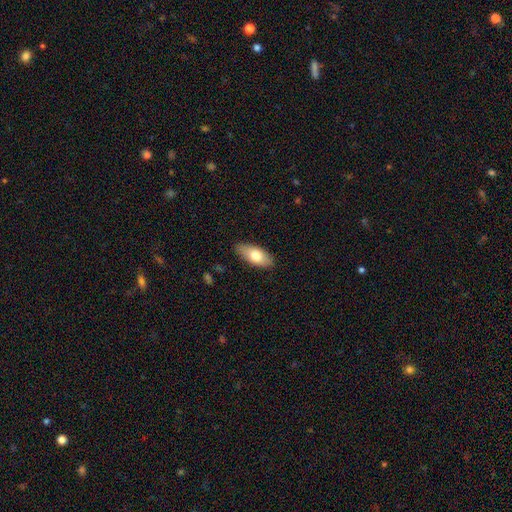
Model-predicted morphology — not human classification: Smooth or featured? Predicted: smooth (p=0.74). How rounded? Predicted: in between (p=0.85). Merging? Predicted: none (p=0.86).